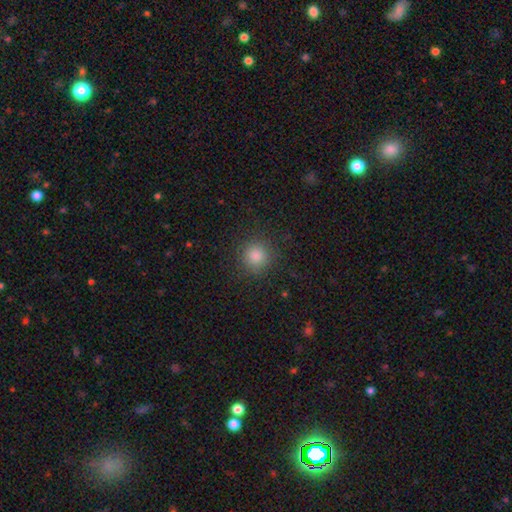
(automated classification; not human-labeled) Overall: smooth (82%). How rounded: round (94%). Merging: none (90%).